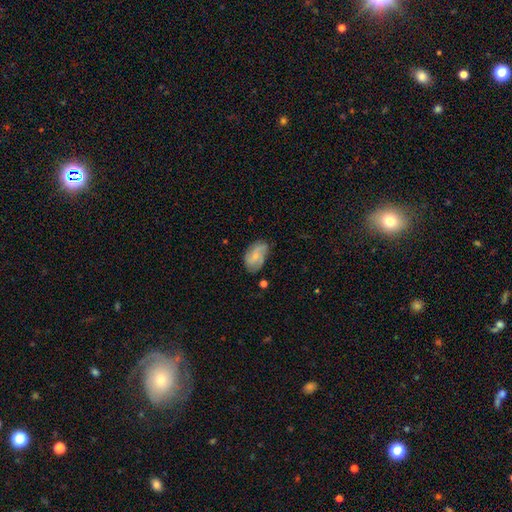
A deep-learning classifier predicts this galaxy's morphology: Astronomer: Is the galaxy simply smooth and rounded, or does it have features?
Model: smooth — 51% (runner-up: featured or disk, 42%).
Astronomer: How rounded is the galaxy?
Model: in between — 91%.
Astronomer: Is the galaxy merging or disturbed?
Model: none — 61%.